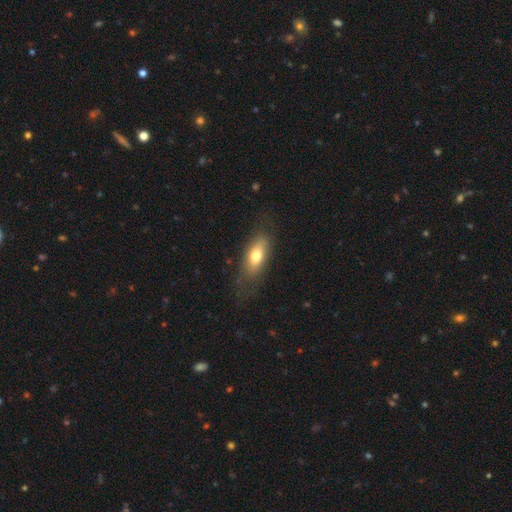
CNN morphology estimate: type=smooth (70%); roundness=in between (79%); merging=none (71%).